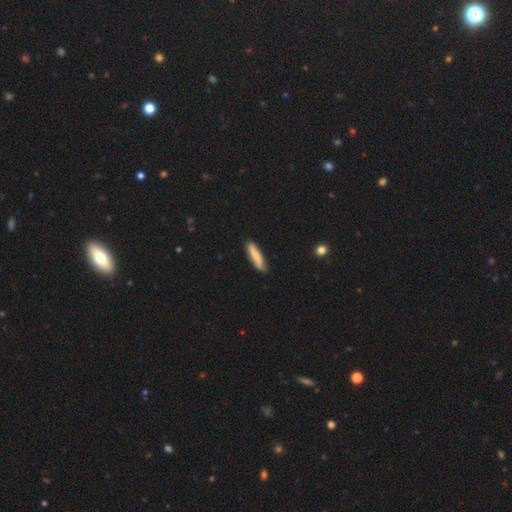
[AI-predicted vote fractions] This appears to be a smooth galaxy with no disk features (64%) that is cigar-shaped (77%). Merging: none (83%).